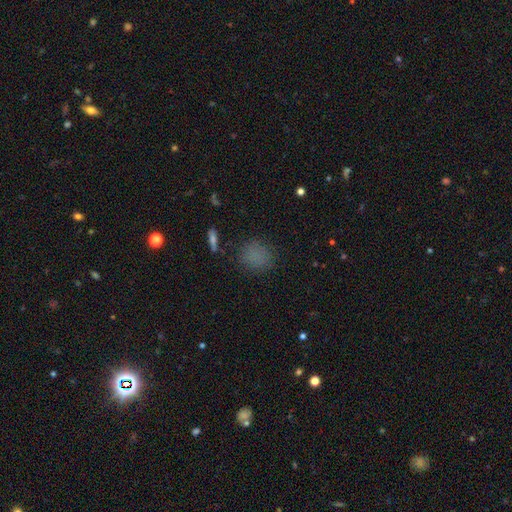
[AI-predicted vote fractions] Morphology: type=smooth (77%); roundness=round (68%); merging=none (79%).